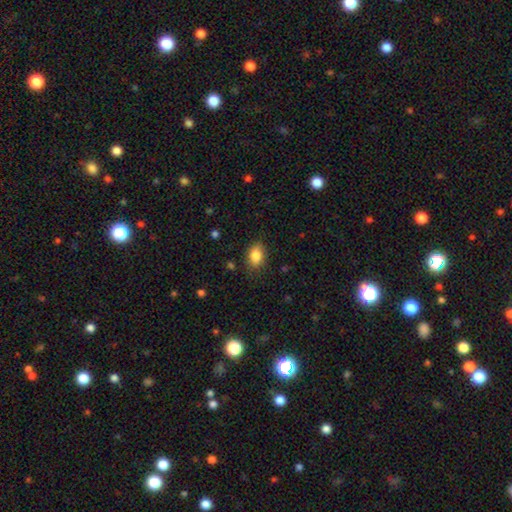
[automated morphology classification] Smooth or featured? Predicted: smooth (p=0.84). How rounded? Predicted: in between (p=0.84). Merging? Predicted: none (p=0.83).